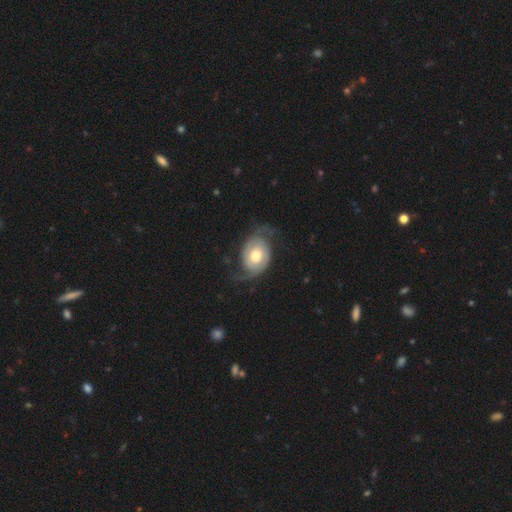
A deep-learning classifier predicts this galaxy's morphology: The model was most divided on "spiral winding": loose: 39%, medium: 38%, tight: 23%. More confident: edge-on disk — no (97%); spiral arms — yes (92%); spiral arm count — 2 (88%); smooth or featured — featured or disk (79%); bar — no (73%); bulge size — moderate (66%); merging — none (61%).